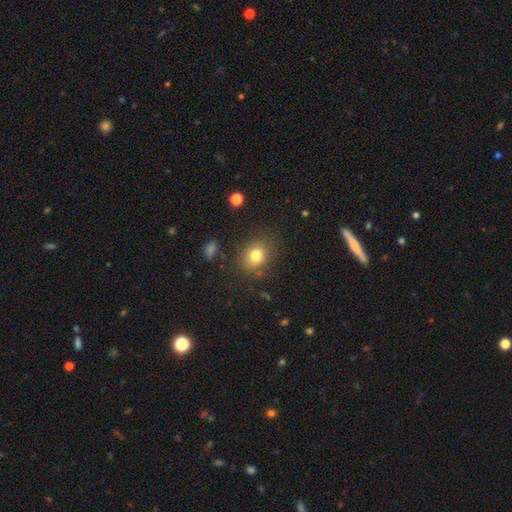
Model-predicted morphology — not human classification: This is likely a smooth galaxy (79%). How rounded: possibly round (57%). Merging: clearly none (81%).